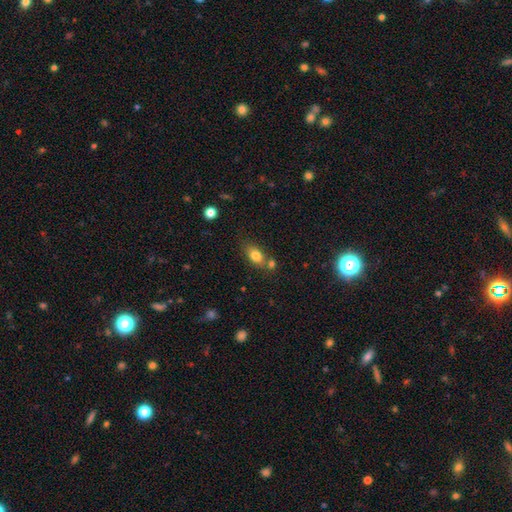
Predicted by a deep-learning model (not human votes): Overall: smooth (80%). How rounded: in between (81%). Merging: none (58%; merger 23%).